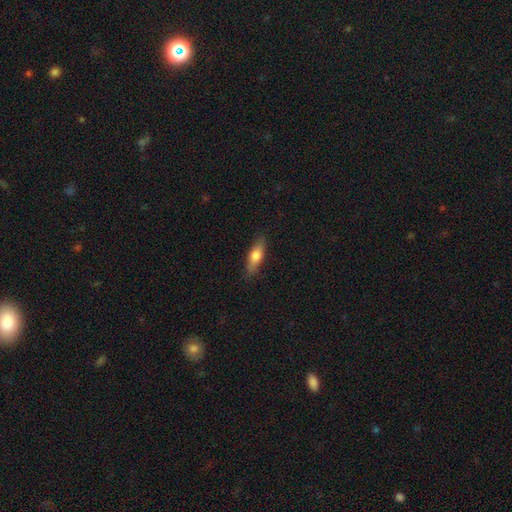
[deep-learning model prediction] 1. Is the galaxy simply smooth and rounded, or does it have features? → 67% smooth, 26% featured or disk, 6% star or artifact.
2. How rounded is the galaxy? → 51% in between, 46% cigar-shaped, 3% round.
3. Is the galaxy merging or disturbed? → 85% none, 12% minor disturbance, 2% major disturbance, 1% merger.